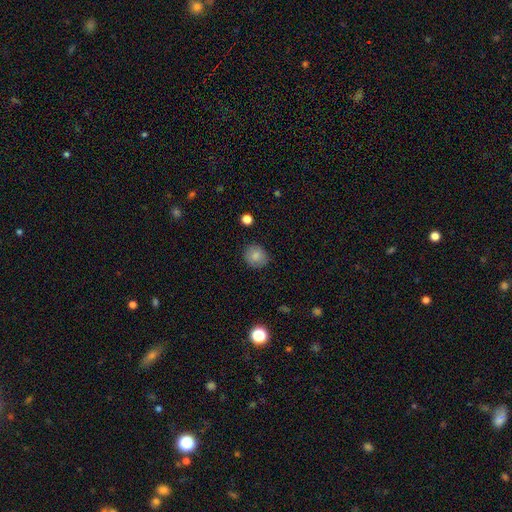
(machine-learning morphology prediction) Smooth or featured: smooth — 83% (star or artifact — 9%)
How rounded: round — 84% (in between — 15%)
Merging: none — 86% (minor disturbance — 10%)